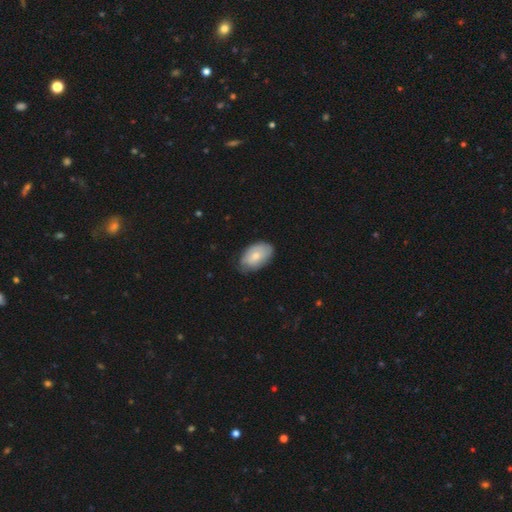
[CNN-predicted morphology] type=smooth (73%); roundness=in between (92%); merging=none (69%).